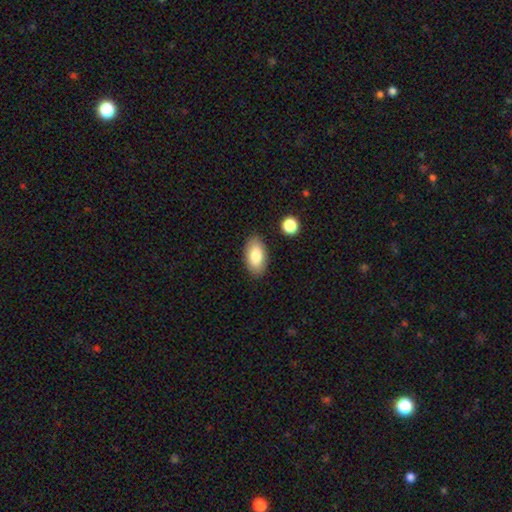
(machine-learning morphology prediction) A smooth galaxy with no disk features (83%) that is in between round and cigar-shaped (94%). Merging: none (86%).